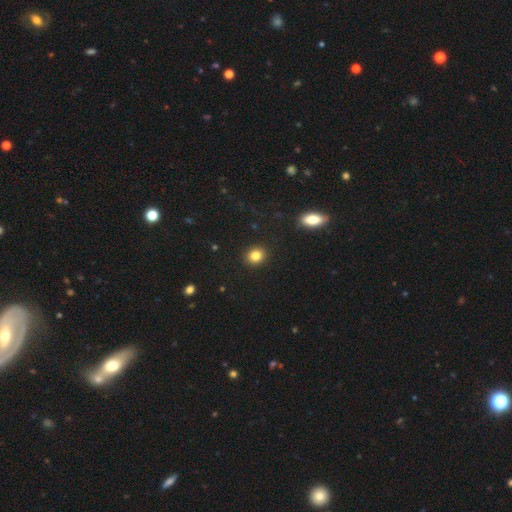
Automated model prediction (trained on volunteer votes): The model was most divided on "how rounded": round: 76%, in between: 23%, cigar-shaped: 1%. More confident: merging — none (92%); smooth or featured — smooth (83%).